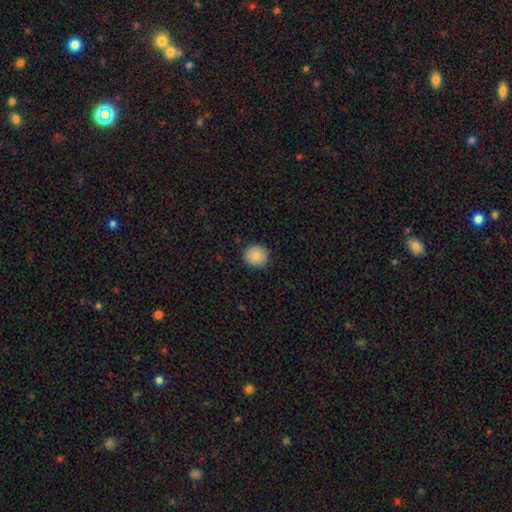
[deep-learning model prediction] smooth_or_featured: smooth (p=0.89) [alt: star or artifact p=0.08]
how_rounded: round (p=0.90) [alt: in between p=0.09]
merging: none (p=0.88) [alt: minor disturbance p=0.09]